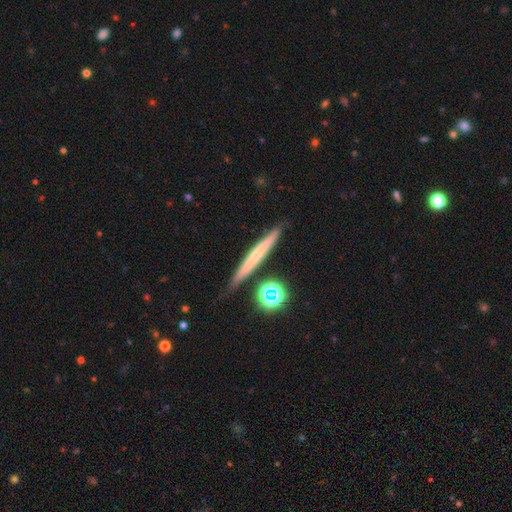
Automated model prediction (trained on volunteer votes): Q: Smooth or featured?
A: featured or disk (50%); runner-up: smooth (40%)
Q: Merging?
A: none (81%); runner-up: minor disturbance (12%)